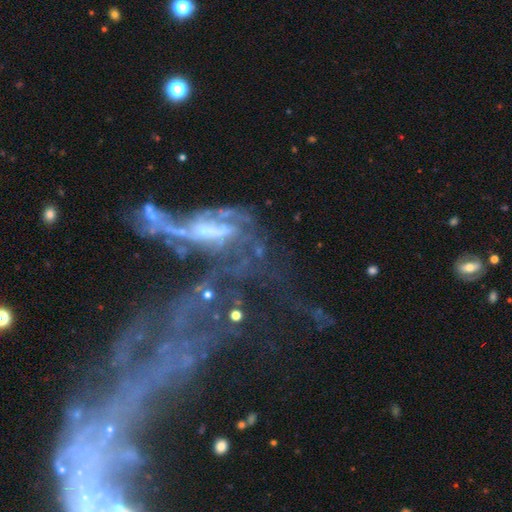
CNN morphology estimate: Q: Smooth or featured?
A: featured or disk (72%); runner-up: star or artifact (16%)
Q: Edge-on disk?
A: no (91%); runner-up: yes (9%)
Q: Bar?
A: no (49%); runner-up: weak (30%)
Q: Spiral arms?
A: yes (66%); runner-up: no (34%)
Q: Bulge size?
A: small (38%); runner-up: moderate (31%)
Q: Merging?
A: major disturbance (41%); runner-up: merger (34%)